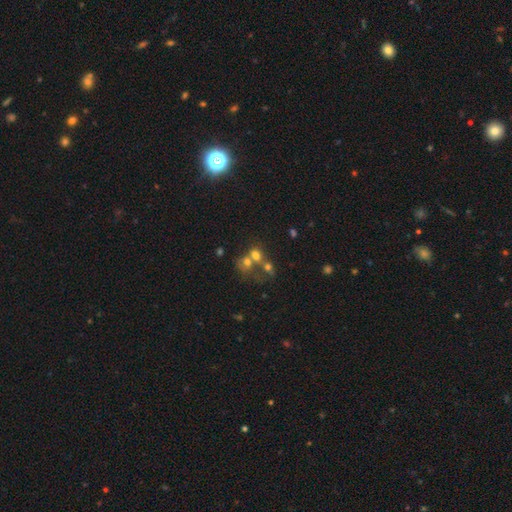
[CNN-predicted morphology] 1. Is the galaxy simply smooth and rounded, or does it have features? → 61% smooth, 22% featured or disk, 17% star or artifact.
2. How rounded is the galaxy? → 63% round, 35% in between, 1% cigar-shaped.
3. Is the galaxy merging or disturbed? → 62% merger, 25% none, 7% minor disturbance, 7% major disturbance.